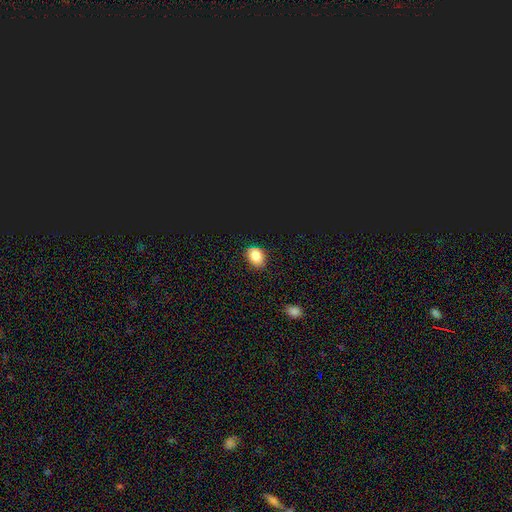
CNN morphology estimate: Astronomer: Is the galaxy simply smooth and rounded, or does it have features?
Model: smooth — 81%.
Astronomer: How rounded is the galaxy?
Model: in between — 54% (runner-up: round, 45%).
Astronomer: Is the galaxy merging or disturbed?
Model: none — 85%.